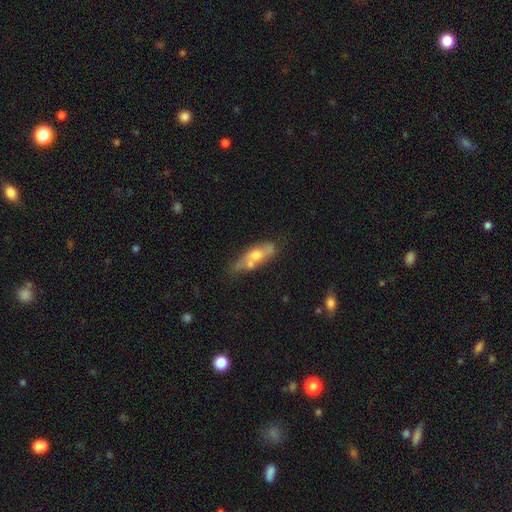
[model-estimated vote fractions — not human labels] Q: Smooth or featured?
A: featured or disk (53%); runner-up: smooth (39%)
Q: Edge-on disk?
A: no (63%); runner-up: yes (37%)
Q: Merging?
A: none (47%); runner-up: minor disturbance (24%)